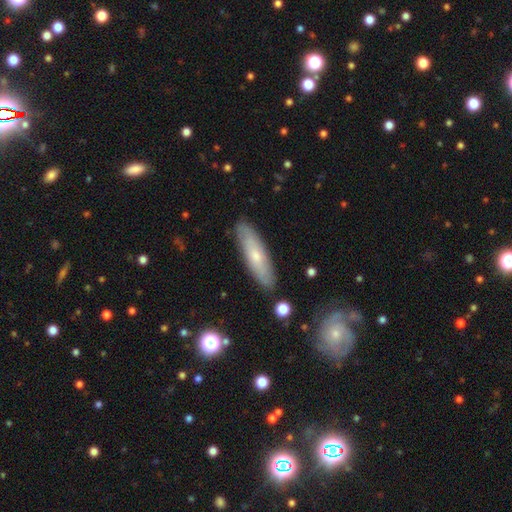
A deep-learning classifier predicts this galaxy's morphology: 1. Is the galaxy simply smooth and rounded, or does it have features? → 57% smooth, 36% featured or disk, 7% star or artifact.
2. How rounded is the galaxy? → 68% cigar-shaped, 30% in between, 2% round.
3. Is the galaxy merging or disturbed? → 86% none, 10% minor disturbance, 2% major disturbance, 2% merger.